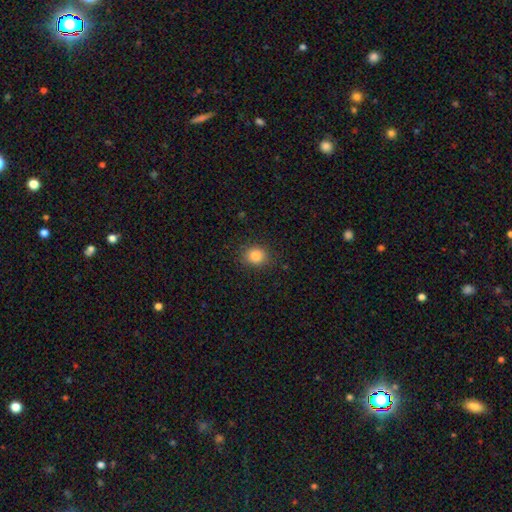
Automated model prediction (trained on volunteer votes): smooth 83%, star or artifact 11%, featured or disk 6%. Down the decision tree: how rounded — round (67%); merging — none (87%).